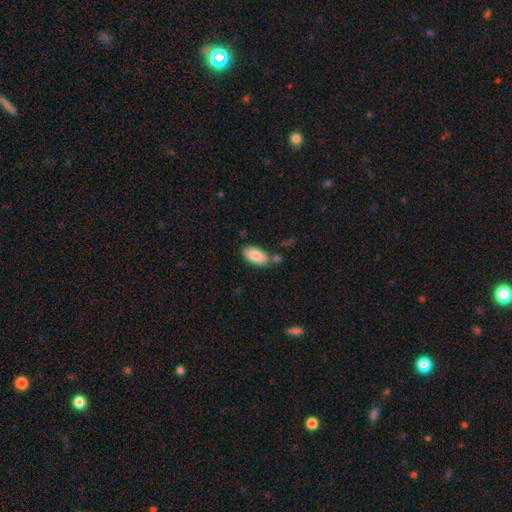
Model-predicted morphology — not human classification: Smooth or featured? smooth (85%)
How rounded? in between (94%)
Merging? none (67%)